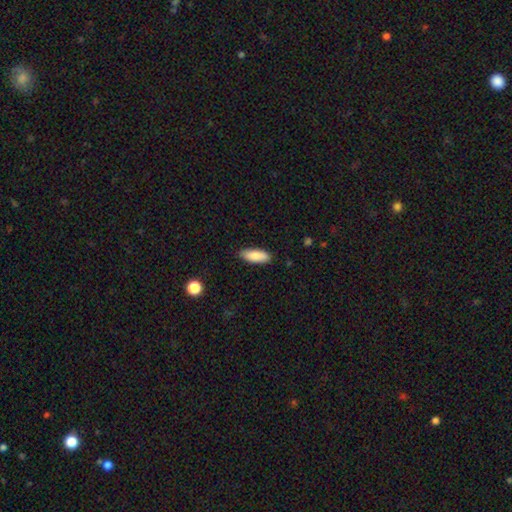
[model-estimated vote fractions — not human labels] Smooth or featured: smooth — 85% (featured or disk — 9%)
How rounded: in between — 71% (cigar-shaped — 27%)
Merging: none — 88% (minor disturbance — 9%)